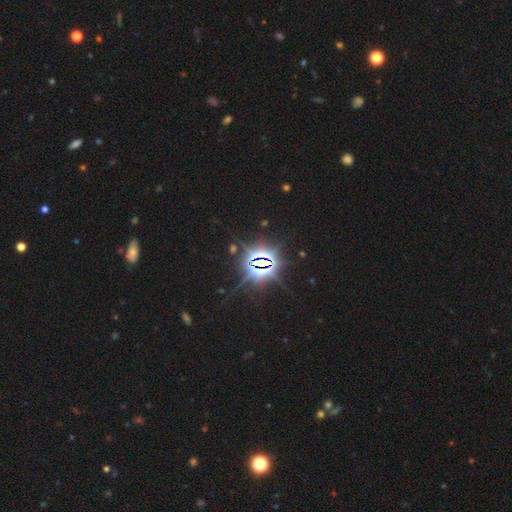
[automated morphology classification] This appears to be a star or artifact, not a galaxy (85%).